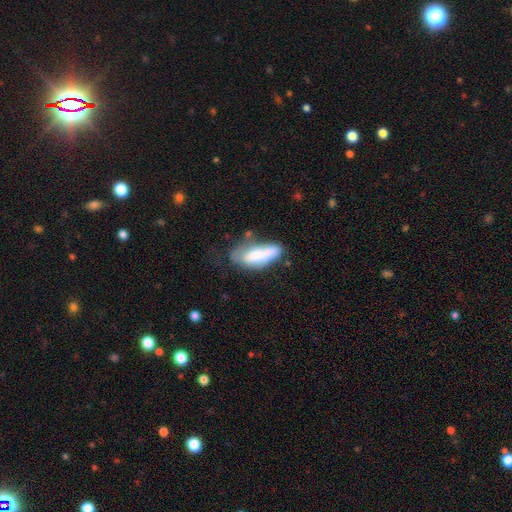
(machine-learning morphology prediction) The model was most divided on "merging": none: 37%, minor disturbance: 32%, major disturbance: 19%, merger: 12%. More confident: how rounded — in between (68%); smooth or featured — smooth (65%).